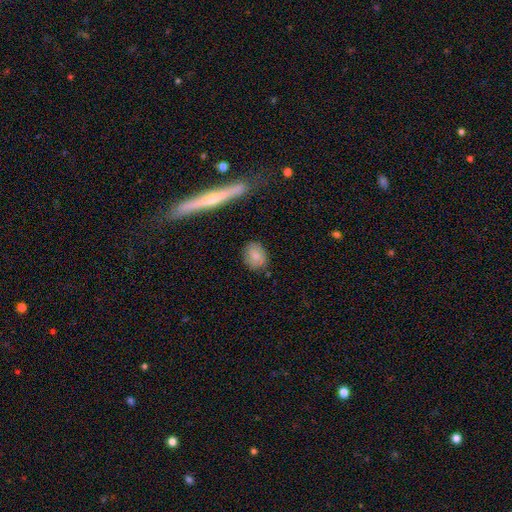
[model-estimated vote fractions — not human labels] This is likely a smooth galaxy (79%). How rounded: possibly round (49%, tied with in between). Merging: clearly none (81%).